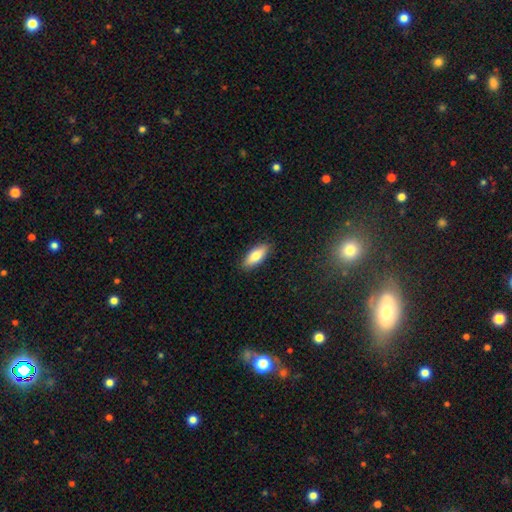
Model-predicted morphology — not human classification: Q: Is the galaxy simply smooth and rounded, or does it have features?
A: smooth — 77%.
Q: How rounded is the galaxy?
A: in between — 74%.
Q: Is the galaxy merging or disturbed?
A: none — 89%.